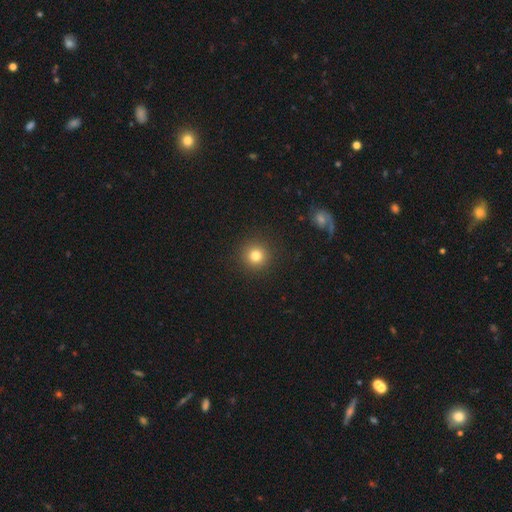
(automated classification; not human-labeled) Q: Smooth or featured?
A: smooth (80%); runner-up: star or artifact (13%)
Q: How rounded?
A: round (94%); runner-up: in between (5%)
Q: Merging?
A: none (92%); runner-up: minor disturbance (5%)